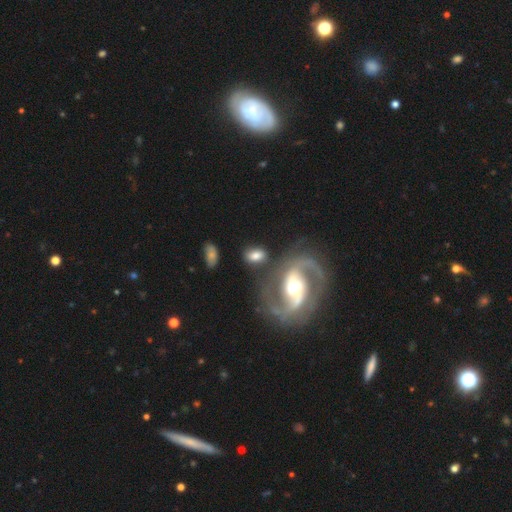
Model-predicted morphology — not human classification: type=smooth (55%); roundness=in between (80%); merging=none (64%).